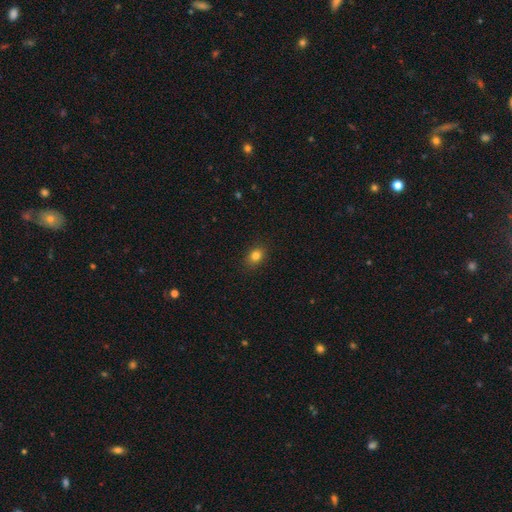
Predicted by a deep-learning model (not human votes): Smooth or featured? smooth (81%)
How rounded? in between (56%)
Merging? none (89%)